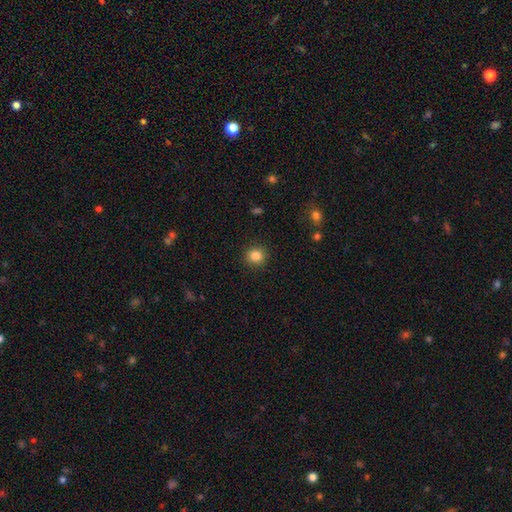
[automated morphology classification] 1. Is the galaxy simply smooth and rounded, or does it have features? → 85% smooth, 11% star or artifact, 4% featured or disk.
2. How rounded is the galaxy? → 90% round, 9% in between, 1% cigar-shaped.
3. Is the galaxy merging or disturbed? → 91% none, 6% minor disturbance, 2% major disturbance, 1% merger.